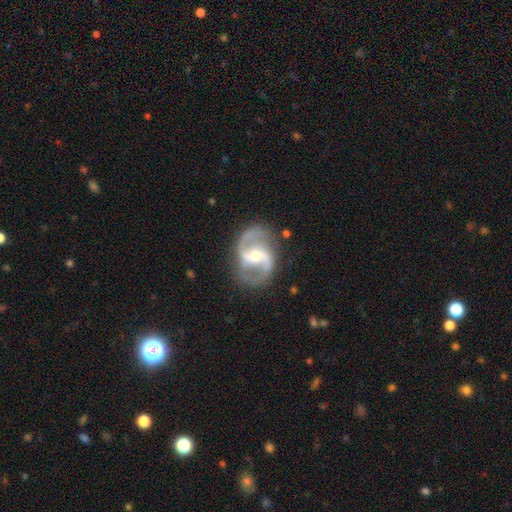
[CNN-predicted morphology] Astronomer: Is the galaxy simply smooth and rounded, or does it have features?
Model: featured or disk — 91%.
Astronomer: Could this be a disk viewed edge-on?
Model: no — 98%.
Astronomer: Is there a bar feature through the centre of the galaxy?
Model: weak — 43% (runner-up: strong, 35%).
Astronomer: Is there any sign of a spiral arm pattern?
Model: yes — 97%.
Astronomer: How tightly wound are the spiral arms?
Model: medium — 59%.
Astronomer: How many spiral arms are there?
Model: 2 — 94%.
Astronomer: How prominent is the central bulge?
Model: moderate — 54% (runner-up: small, 41%).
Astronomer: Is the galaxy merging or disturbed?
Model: none — 82%.